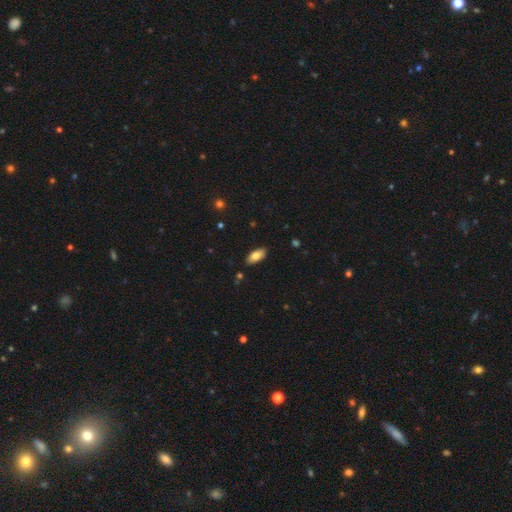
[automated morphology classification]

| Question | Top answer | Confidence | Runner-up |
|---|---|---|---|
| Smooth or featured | smooth | 81% | featured or disk (13%) |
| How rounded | in between | 88% | cigar-shaped (10%) |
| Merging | none | 87% | minor disturbance (10%) |